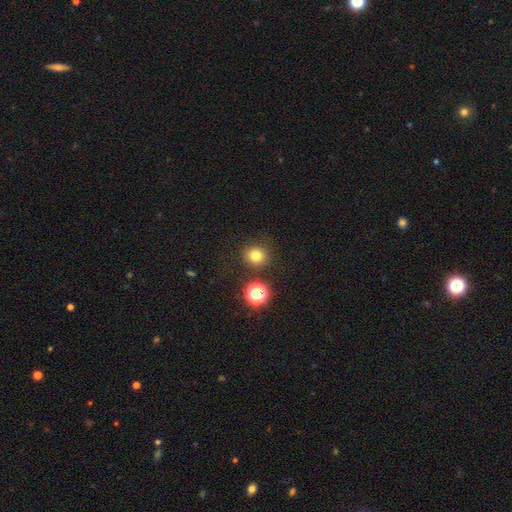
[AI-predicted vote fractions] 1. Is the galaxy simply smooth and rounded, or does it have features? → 77% smooth, 16% star or artifact, 7% featured or disk.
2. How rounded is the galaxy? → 84% round, 15% in between, 1% cigar-shaped.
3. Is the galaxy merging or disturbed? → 86% none, 8% minor disturbance, 4% merger, 3% major disturbance.